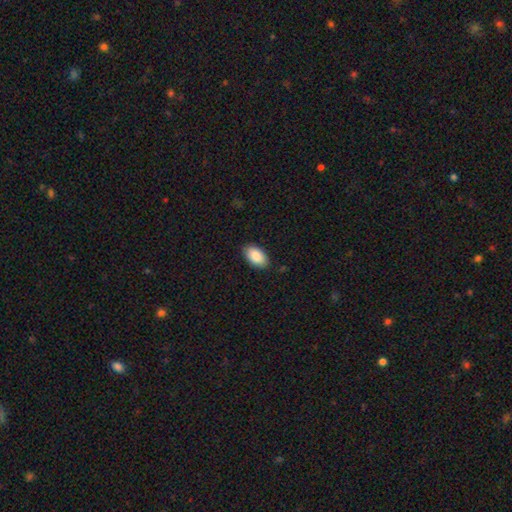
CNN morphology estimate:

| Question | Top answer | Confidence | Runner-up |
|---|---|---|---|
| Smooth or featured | smooth | 87% | featured or disk (6%) |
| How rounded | in between | 95% | round (4%) |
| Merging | none | 87% | minor disturbance (10%) |